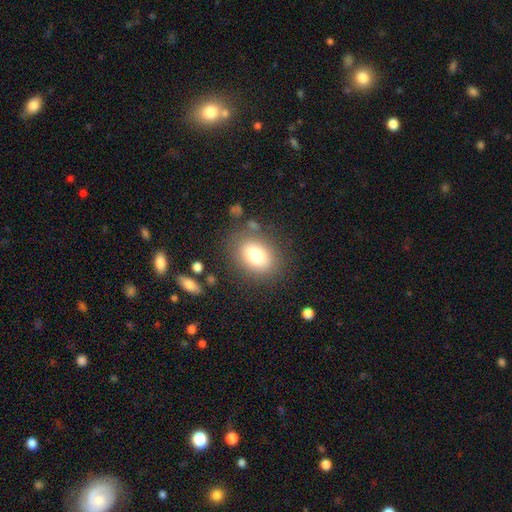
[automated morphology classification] Smooth or featured? smooth (77%)
How rounded? in between (62%)
Merging? none (79%)